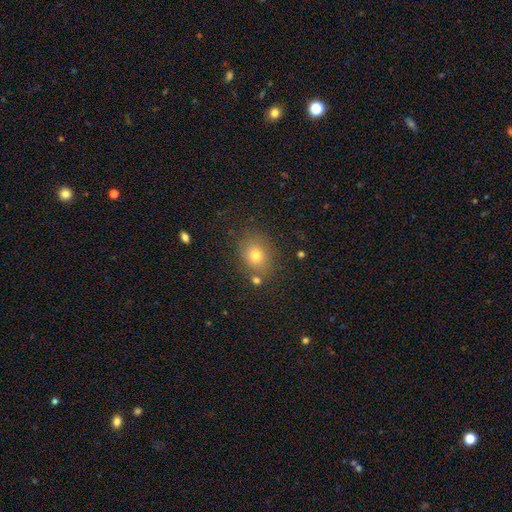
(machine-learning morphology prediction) smooth-or-featured: smooth: 74% | star or artifact: 16% | featured or disk: 11%
  how-rounded: round: 66% | in between: 34% | cigar-shaped: 1%
  merging: none: 78% | minor disturbance: 12% | merger: 7% | major disturbance: 4%